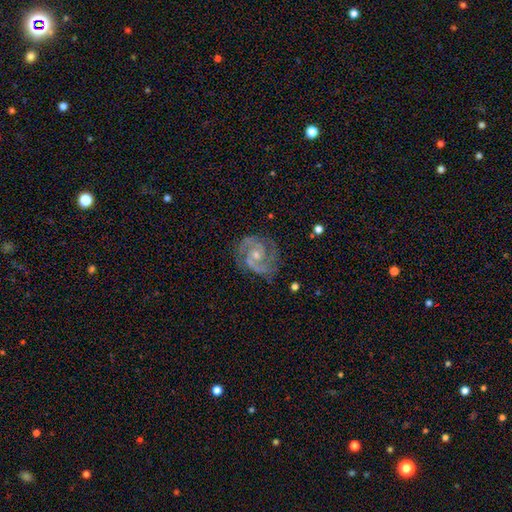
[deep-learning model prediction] Q: Smooth or featured?
A: featured or disk (91%); runner-up: star or artifact (5%)
Q: Edge-on disk?
A: no (98%); runner-up: yes (2%)
Q: Bar?
A: no (64%); runner-up: weak (29%)
Q: Spiral arms?
A: yes (98%); runner-up: no (2%)
Q: Spiral winding?
A: medium (50%); runner-up: tight (42%)
Q: Spiral arm count?
A: 2 (81%); runner-up: 3 (10%)
Q: Bulge size?
A: small (61%); runner-up: moderate (34%)
Q: Merging?
A: none (76%); runner-up: minor disturbance (17%)